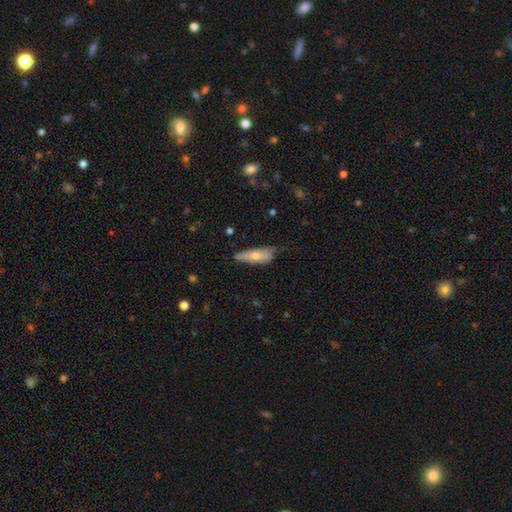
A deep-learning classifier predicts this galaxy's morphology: Q: Smooth or featured?
A: smooth (71%); runner-up: featured or disk (22%)
Q: How rounded?
A: in between (57%); runner-up: cigar-shaped (41%)
Q: Merging?
A: none (49%); runner-up: minor disturbance (38%)